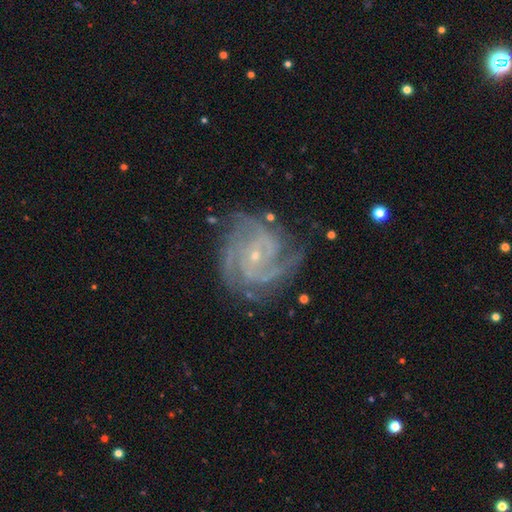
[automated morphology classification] A featured or disk galaxy (90%) with no bar (62%), 3 (37%) tight (59%) spiral arms (98%) and a small central bulge (84%).

Vote fractions:
- Smooth or featured? featured or disk: 90% / star or artifact: 6% / smooth: 4%
- Edge-on disk? no: 98% / yes: 2%
- Bar? no: 62% / weak: 29% / strong: 9%
- Spiral arms? yes: 98% / no: 2%
- Spiral winding? tight: 59% / medium: 36% / loose: 5%
- Spiral arm count? 3: 37% / 2: 23% / can't tell: 14% / 4: 13% / more than 4: 7% / 1: 6%
- Bulge size? small: 84% / moderate: 13% / none: 2% / large: 1% / dominant: 1%
- Merging? none: 71% / minor disturbance: 19% / major disturbance: 8% / merger: 2%